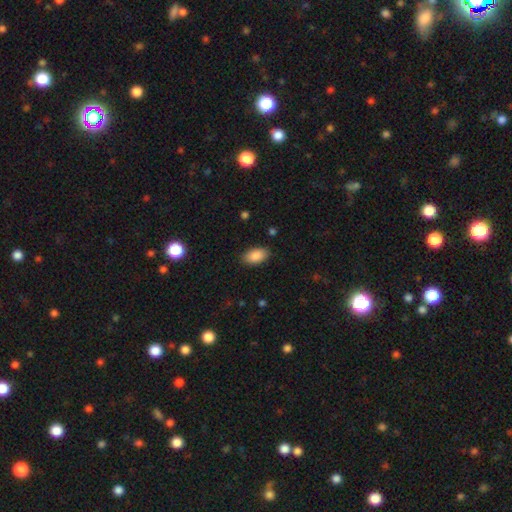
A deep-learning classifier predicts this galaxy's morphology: smooth_or_featured: smooth (p=0.88) [alt: star or artifact p=0.07]
how_rounded: in between (p=0.94) [alt: round p=0.04]
merging: none (p=0.86) [alt: minor disturbance p=0.10]